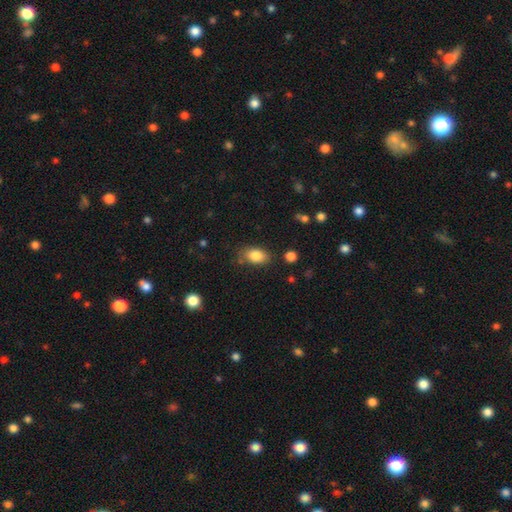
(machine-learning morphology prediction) Smooth or featured: smooth — 84% (featured or disk — 8%)
How rounded: in between — 88% (round — 11%)
Merging: none — 78% (minor disturbance — 15%)